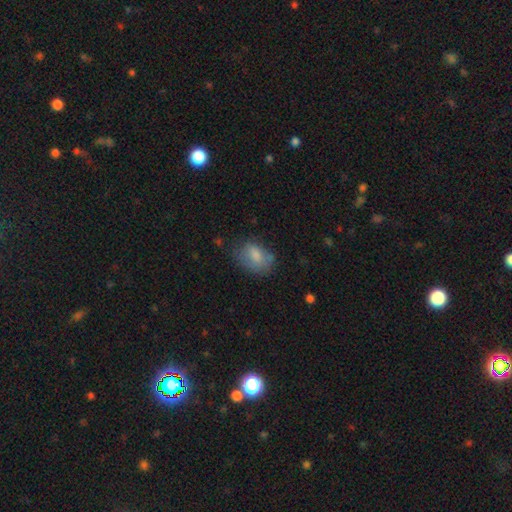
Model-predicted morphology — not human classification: A smooth galaxy with no disk features (75%) that is in between round and cigar-shaped (78%). Merging: none (54%).